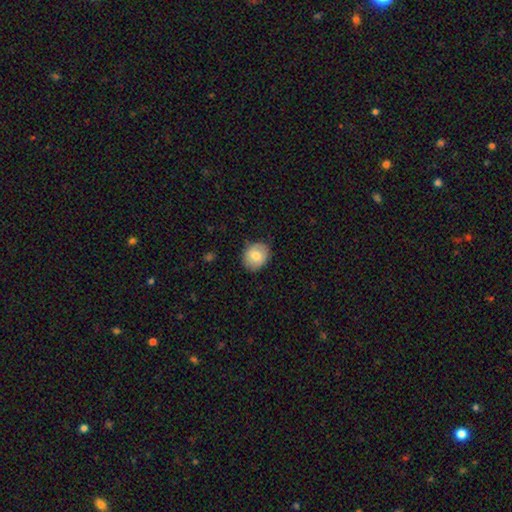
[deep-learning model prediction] A smooth galaxy with no disk features (76%) that is round (59%). Merging: none (82%).